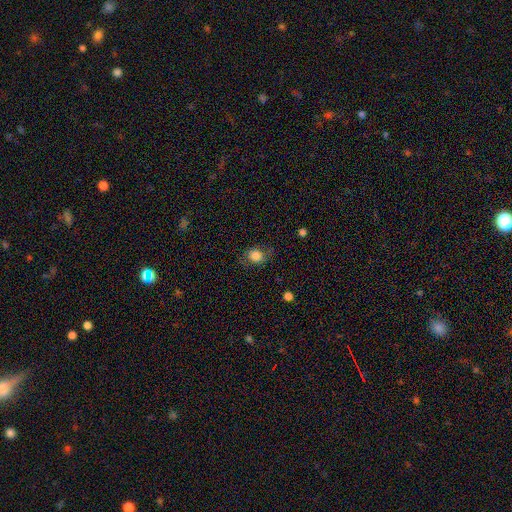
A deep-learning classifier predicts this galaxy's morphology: Overall: smooth (77%). How rounded: round (61%; in between 37%). Merging: none (71%).